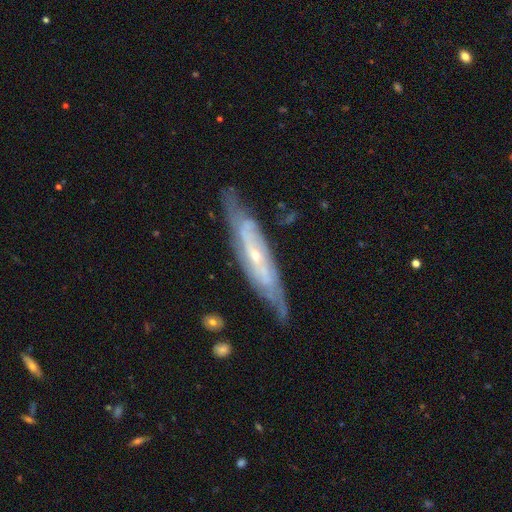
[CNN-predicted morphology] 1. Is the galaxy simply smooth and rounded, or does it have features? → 84% featured or disk, 11% smooth, 5% star or artifact.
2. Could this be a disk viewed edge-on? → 66% no, 34% yes.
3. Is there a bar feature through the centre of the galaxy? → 41% no, 35% weak, 23% strong.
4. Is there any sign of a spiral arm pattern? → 91% yes, 9% no.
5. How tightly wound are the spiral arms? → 54% tight, 35% medium, 12% loose.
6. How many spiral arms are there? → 42% 2, 39% can't tell, 8% 3, 5% 4, 3% more than 4, 3% 1.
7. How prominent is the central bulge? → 73% small, 24% moderate, 1% none, 1% large, 1% dominant.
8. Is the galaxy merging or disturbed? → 74% none, 19% minor disturbance, 5% major disturbance, 2% merger.